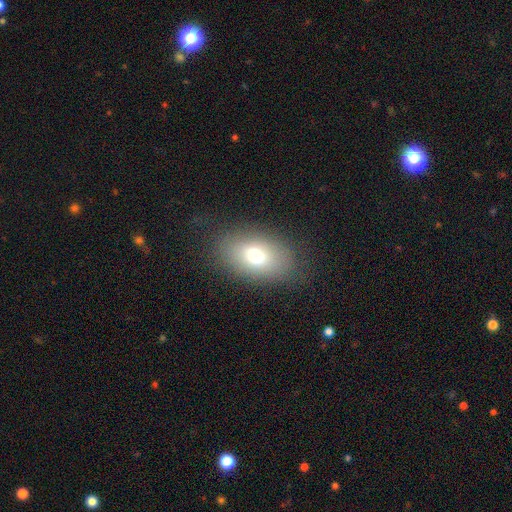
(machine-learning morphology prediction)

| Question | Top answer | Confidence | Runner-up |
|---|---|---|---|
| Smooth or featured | smooth | 74% | featured or disk (15%) |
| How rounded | in between | 85% | round (13%) |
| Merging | none | 80% | minor disturbance (13%) |